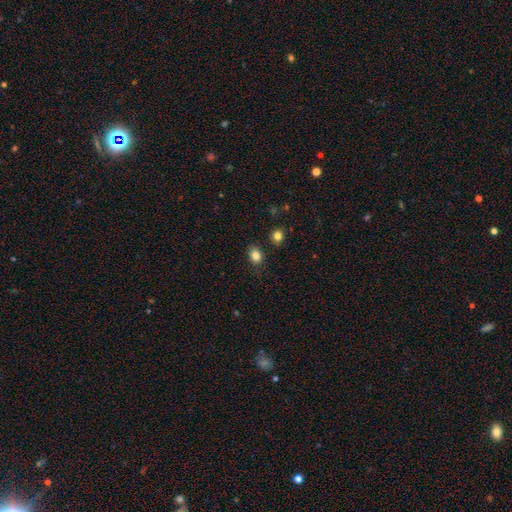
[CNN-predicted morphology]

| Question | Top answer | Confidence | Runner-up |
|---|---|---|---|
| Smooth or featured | smooth | 83% | star or artifact (12%) |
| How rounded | in between | 50% | round (49%) |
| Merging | none | 83% | minor disturbance (11%) |